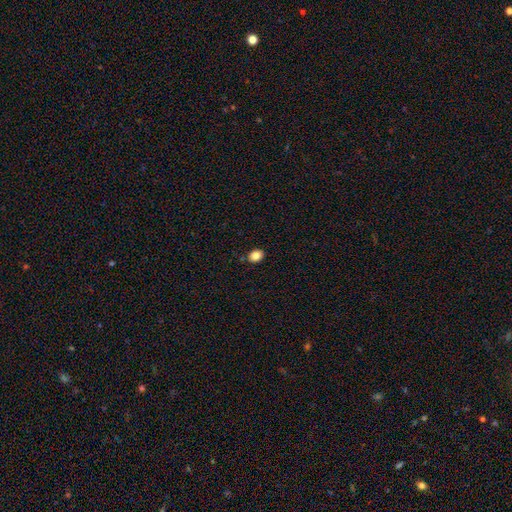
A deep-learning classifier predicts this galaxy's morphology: smooth-or-featured: smooth: 85% | star or artifact: 10% | featured or disk: 5%
  how-rounded: in between: 63% | round: 36% | cigar-shaped: 1%
  merging: none: 84% | minor disturbance: 10% | merger: 3% | major disturbance: 2%